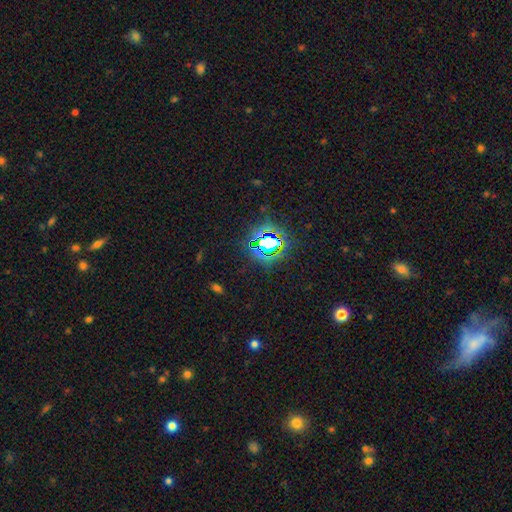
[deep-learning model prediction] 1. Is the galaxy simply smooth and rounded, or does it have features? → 79% star or artifact, 14% smooth, 7% featured or disk.